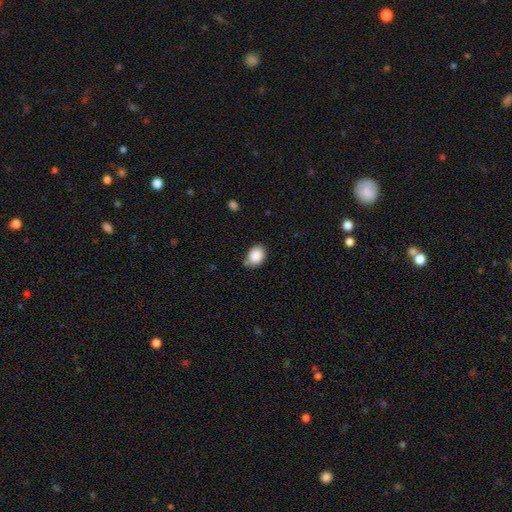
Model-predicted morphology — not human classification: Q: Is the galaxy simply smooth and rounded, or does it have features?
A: smooth — 88%.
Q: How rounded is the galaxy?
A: in between — 65%.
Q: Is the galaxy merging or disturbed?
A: none — 65%.